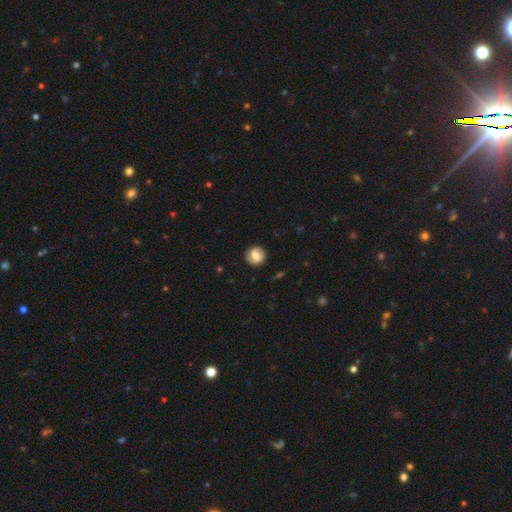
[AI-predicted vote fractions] smooth 58%, featured or disk 34%, star or artifact 8%. Down the decision tree: how rounded — round (83%); merging — none (84%).